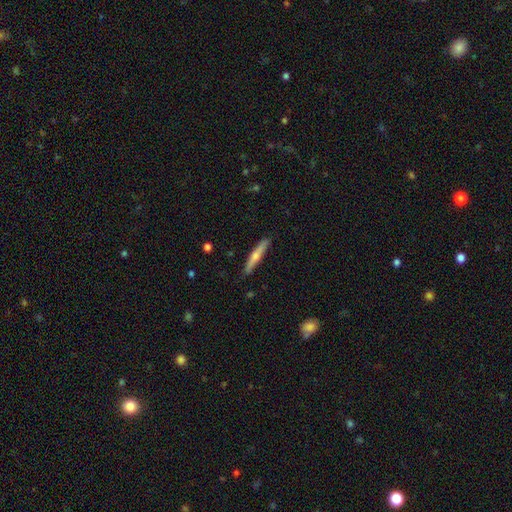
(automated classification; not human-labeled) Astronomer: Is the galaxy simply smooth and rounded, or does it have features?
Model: smooth — 52% (runner-up: featured or disk, 42%).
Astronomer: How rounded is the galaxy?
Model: cigar-shaped — 93%.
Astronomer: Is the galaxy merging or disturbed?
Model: none — 88%.